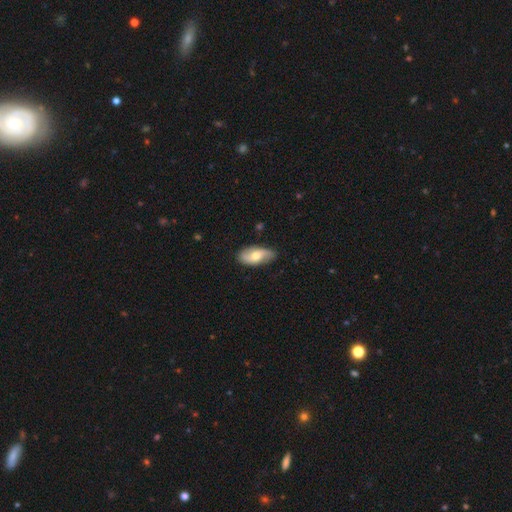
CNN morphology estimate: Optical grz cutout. It shows a featured or disk galaxy (49%). Merging: none (82%).